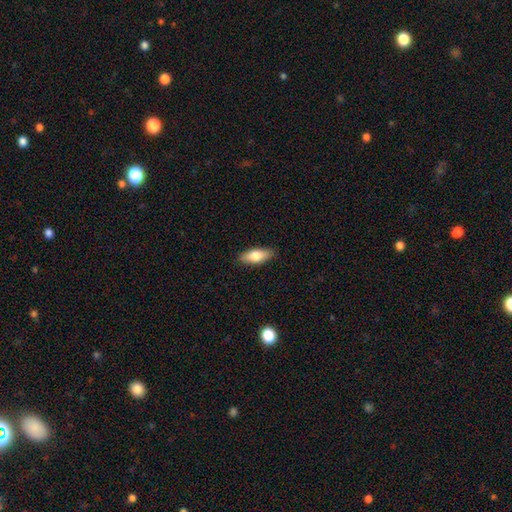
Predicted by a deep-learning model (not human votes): Smooth or featured? smooth (75%)
How rounded? in between (74%)
Merging? none (88%)